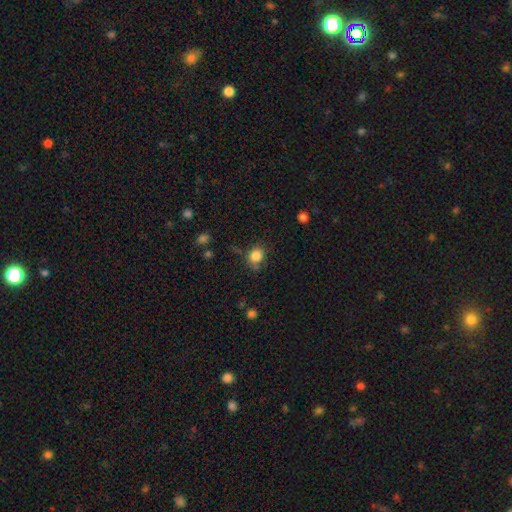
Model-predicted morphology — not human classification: Smooth or featured: smooth — 83% (star or artifact — 11%)
How rounded: round — 76% (in between — 23%)
Merging: none — 70% (minor disturbance — 19%)